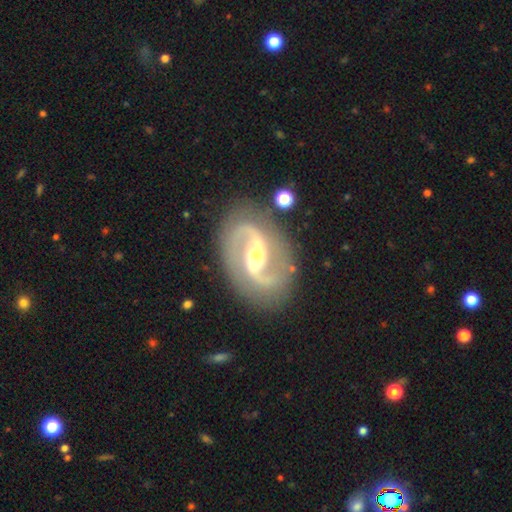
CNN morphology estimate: Overall: featured or disk (92%). Edge-on disk: no (98%). Bar: weak (43%; strong 39%). Spiral arms: yes (98%). Spiral arm count: 2 (94%). Spiral winding: medium (57%; loose 25%). Bulge size: moderate (60%; small 26%). Merging: none (84%).